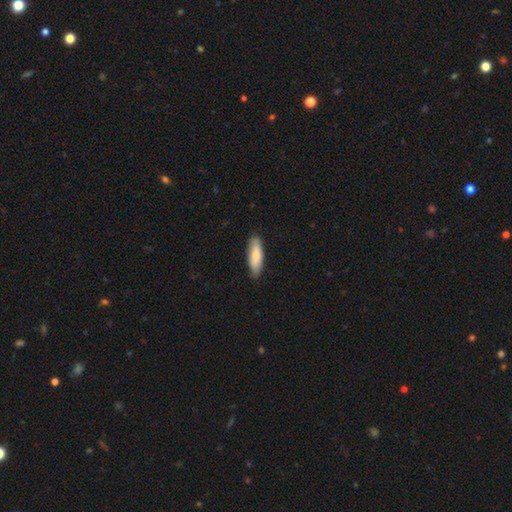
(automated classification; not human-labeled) Smooth or featured? smooth (78%)
How rounded? in between (52%)
Merging? none (85%)